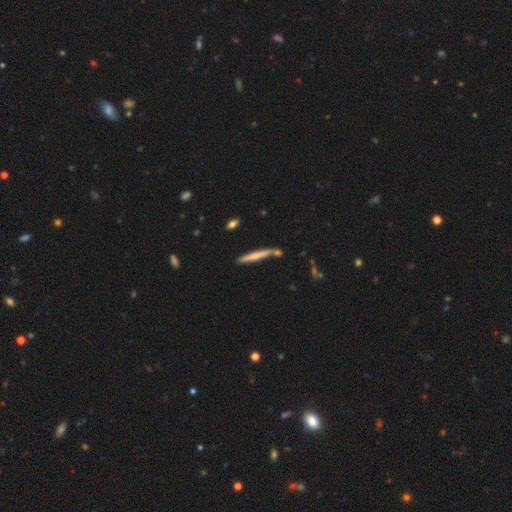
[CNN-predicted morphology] Overall: smooth (60%; featured or disk 34%). How rounded: cigar-shaped (95%). Merging: none (72%).